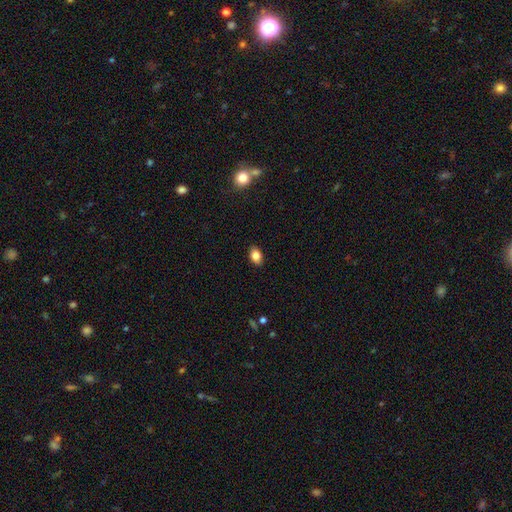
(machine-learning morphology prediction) This is clearly a smooth galaxy (84%). How rounded: clearly in between (82%). Merging: clearly none (88%).